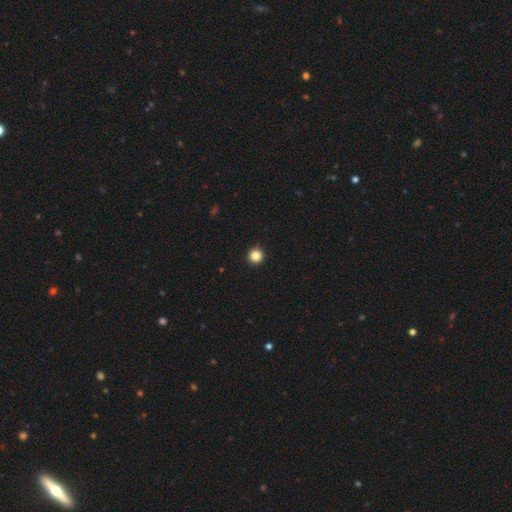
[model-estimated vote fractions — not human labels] smooth_or_featured: smooth (p=0.84) [alt: star or artifact p=0.11]
how_rounded: round (p=0.96) [alt: in between p=0.03]
merging: none (p=0.93) [alt: minor disturbance p=0.05]